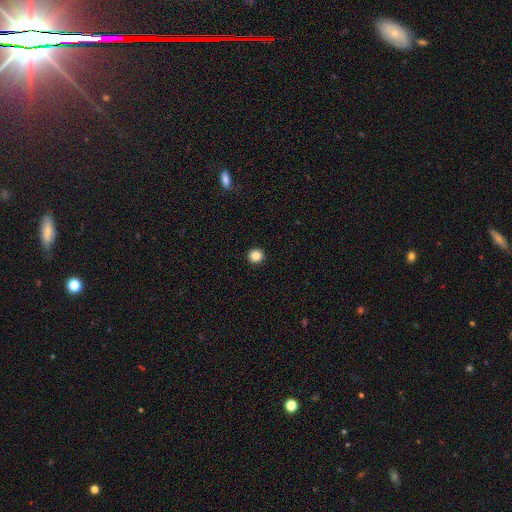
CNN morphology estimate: Smooth or featured? Predicted: smooth (p=0.85). How rounded? Predicted: round (p=0.96). Merging? Predicted: none (p=0.94).